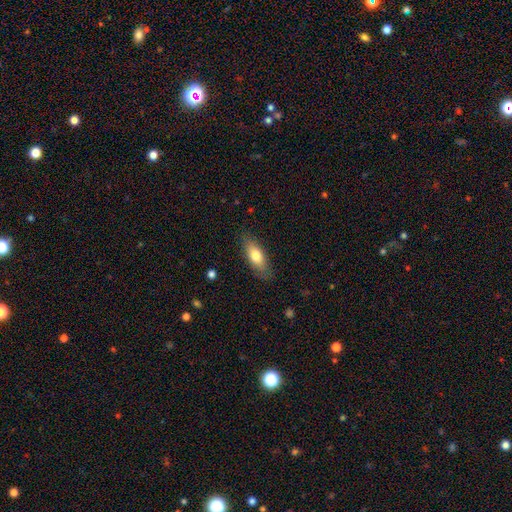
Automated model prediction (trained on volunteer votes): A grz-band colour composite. It shows a smooth galaxy with no disk features (73%) that is in between round and cigar-shaped (70%). Merging: none (84%).